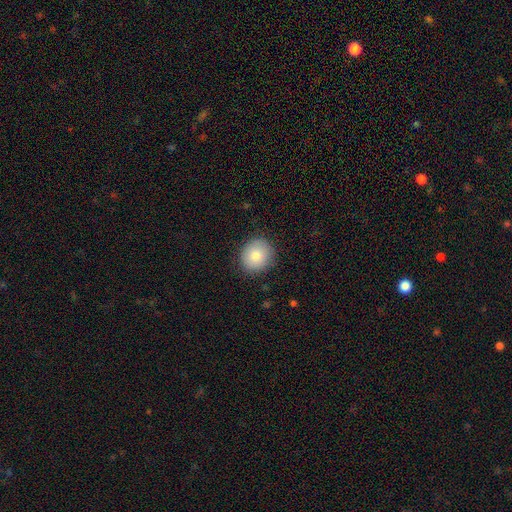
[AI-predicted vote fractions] A smooth galaxy with no disk features (80%) that is round (83%). Merging: none (87%).